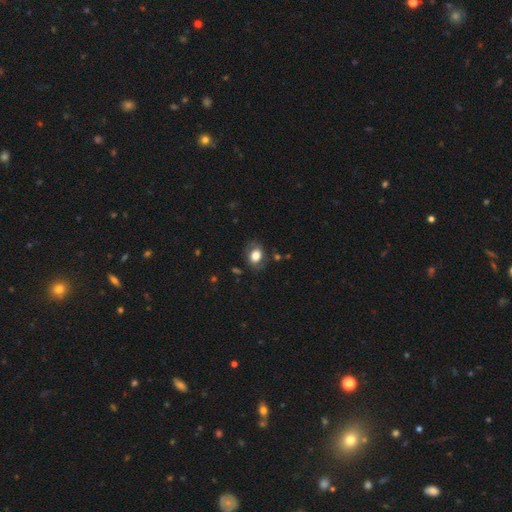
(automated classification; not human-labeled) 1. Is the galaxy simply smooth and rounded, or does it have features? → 73% smooth, 18% featured or disk, 8% star or artifact.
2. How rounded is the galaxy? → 66% in between, 33% round, 1% cigar-shaped.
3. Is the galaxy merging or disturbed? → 75% none, 17% minor disturbance, 6% major disturbance, 2% merger.